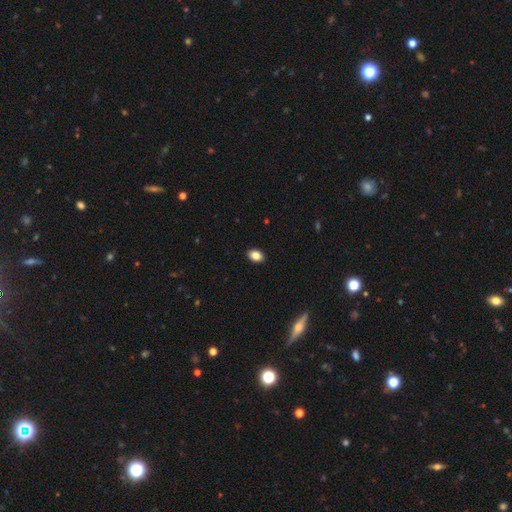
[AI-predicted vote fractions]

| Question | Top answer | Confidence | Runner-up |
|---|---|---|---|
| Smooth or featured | smooth | 86% | star or artifact (9%) |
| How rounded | in between | 81% | round (18%) |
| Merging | none | 90% | minor disturbance (7%) |